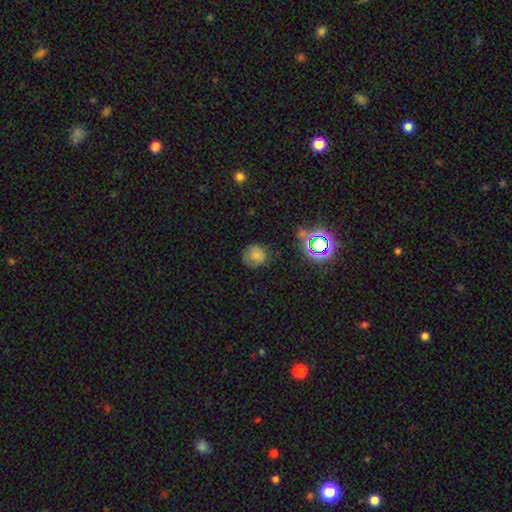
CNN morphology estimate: The model was most divided on "smooth or featured": smooth: 68%, star or artifact: 21%, featured or disk: 11%. More confident: how rounded — round (83%); merging — none (72%).